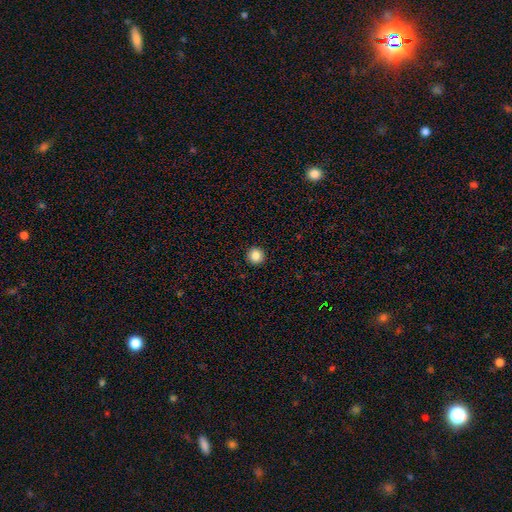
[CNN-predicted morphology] Smooth or featured? Predicted: smooth (p=0.86). How rounded? Predicted: round (p=0.96). Merging? Predicted: none (p=0.94).